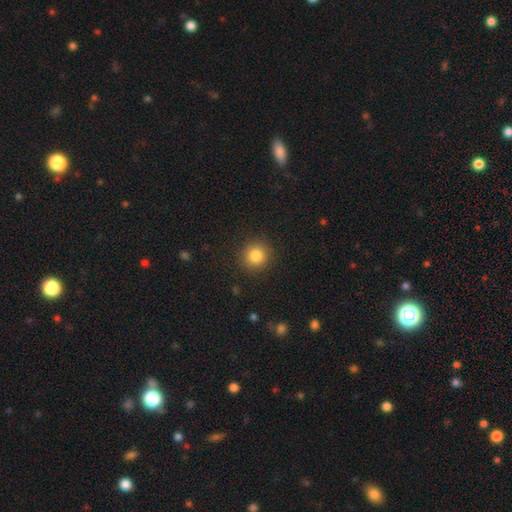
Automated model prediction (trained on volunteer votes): Smooth or featured: smooth — 84% (star or artifact — 10%)
How rounded: round — 92% (in between — 7%)
Merging: none — 90% (minor disturbance — 6%)